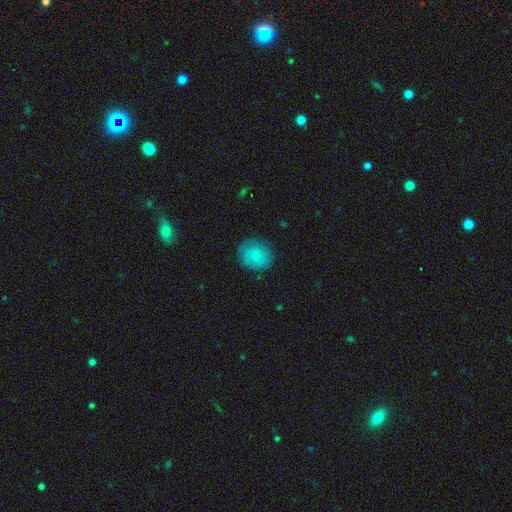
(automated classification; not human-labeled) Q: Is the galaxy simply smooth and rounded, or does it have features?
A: smooth — 80%.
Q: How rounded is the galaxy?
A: round — 80%.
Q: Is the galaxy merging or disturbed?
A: none — 82%.